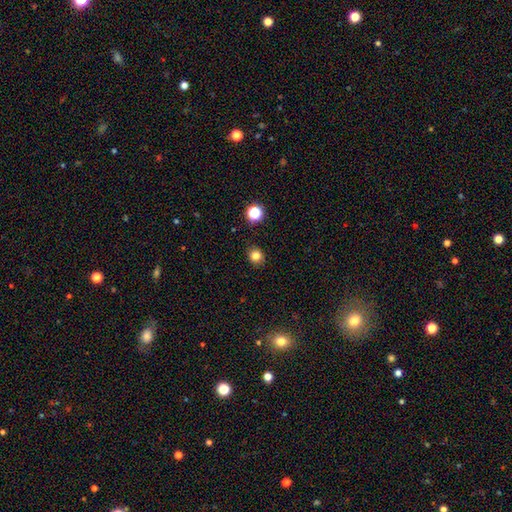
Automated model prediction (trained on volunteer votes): Morphology: type=smooth (80%); roundness=round (81%); merging=none (90%).